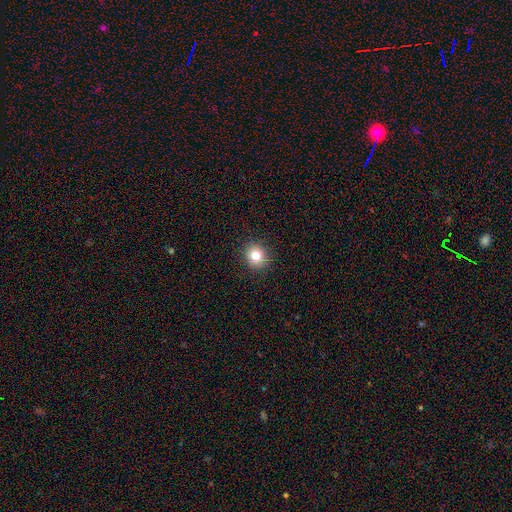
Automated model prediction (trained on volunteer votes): Morphology: type=smooth (79%); roundness=round (87%); merging=none (91%).